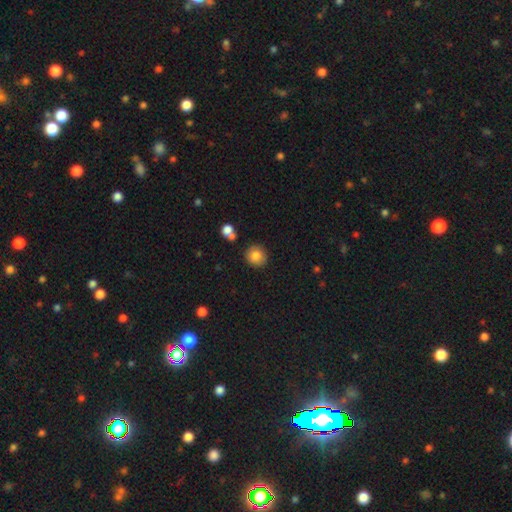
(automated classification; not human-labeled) Smooth or featured? Predicted: smooth (p=0.83). How rounded? Predicted: round (p=0.89). Merging? Predicted: none (p=0.84).